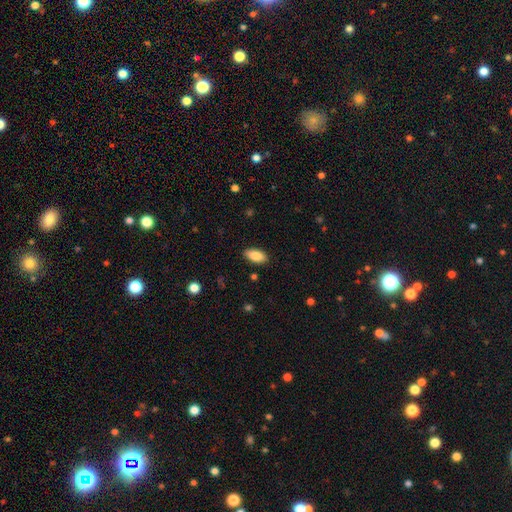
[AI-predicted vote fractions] Smooth or featured? Predicted: smooth (p=0.87). How rounded? Predicted: in between (p=0.91). Merging? Predicted: none (p=0.88).